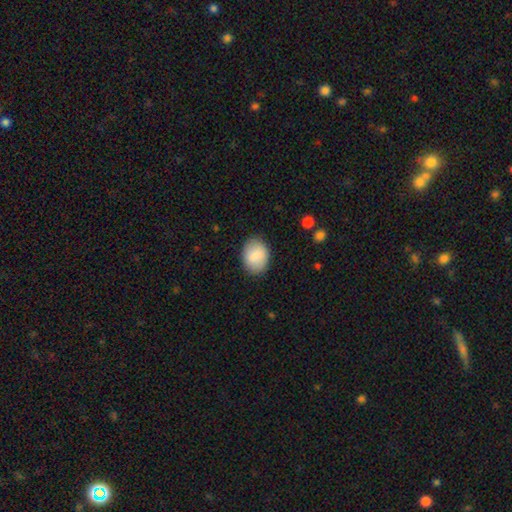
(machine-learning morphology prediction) Q: Smooth or featured?
A: smooth (86%); runner-up: featured or disk (7%)
Q: How rounded?
A: in between (67%); runner-up: round (32%)
Q: Merging?
A: none (85%); runner-up: minor disturbance (11%)